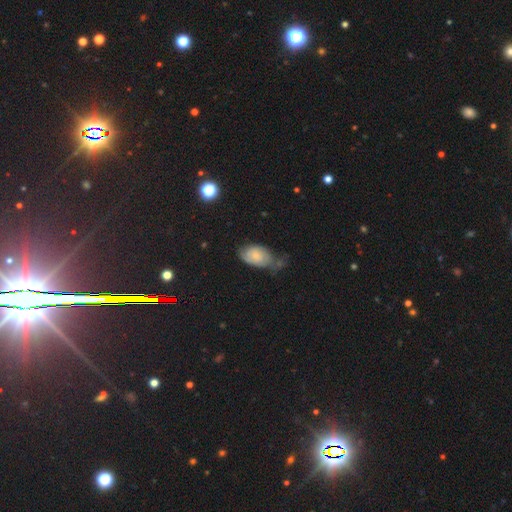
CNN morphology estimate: Overall: smooth (58%; featured or disk 33%). How rounded: in between (90%). Merging: minor disturbance (37%; none 35%).